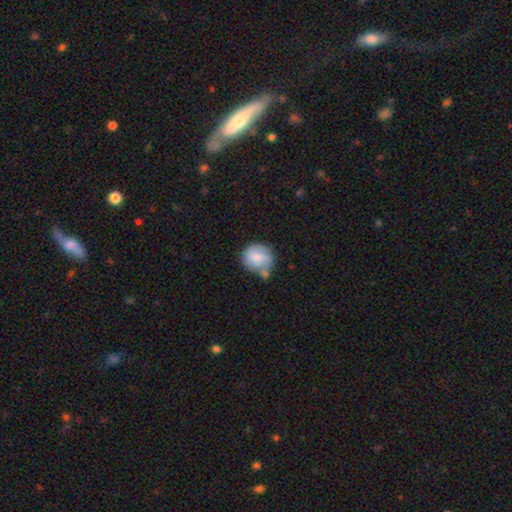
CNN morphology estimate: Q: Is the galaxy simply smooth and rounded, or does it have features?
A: smooth — 78%.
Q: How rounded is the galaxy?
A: round — 82%.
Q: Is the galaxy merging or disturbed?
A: none — 49%.